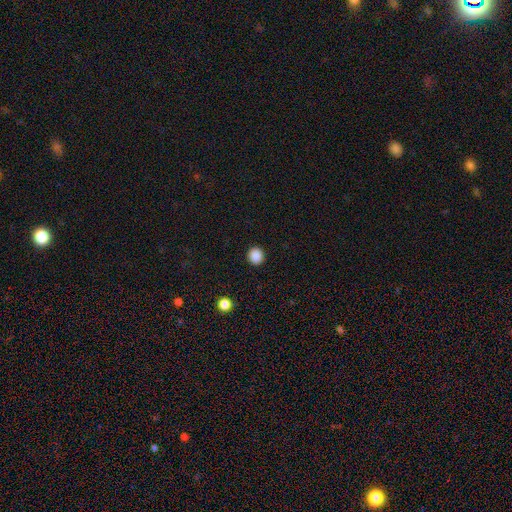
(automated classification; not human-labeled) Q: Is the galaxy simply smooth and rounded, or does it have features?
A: smooth — 88%.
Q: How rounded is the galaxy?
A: round — 91%.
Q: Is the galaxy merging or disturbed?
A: none — 93%.